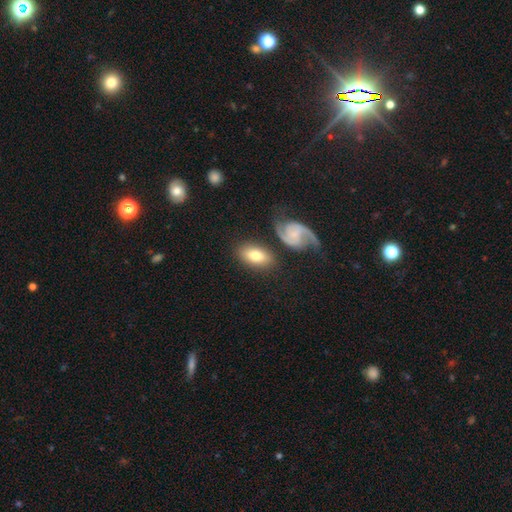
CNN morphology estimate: Smooth or featured? smooth (69%)
How rounded? in between (89%)
Merging? none (72%)